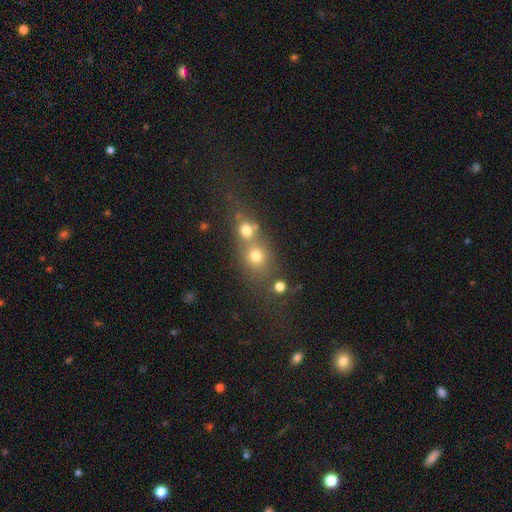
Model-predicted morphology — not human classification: A smooth galaxy with no disk features (64%) that is round (74%). Merging: merger (49%).